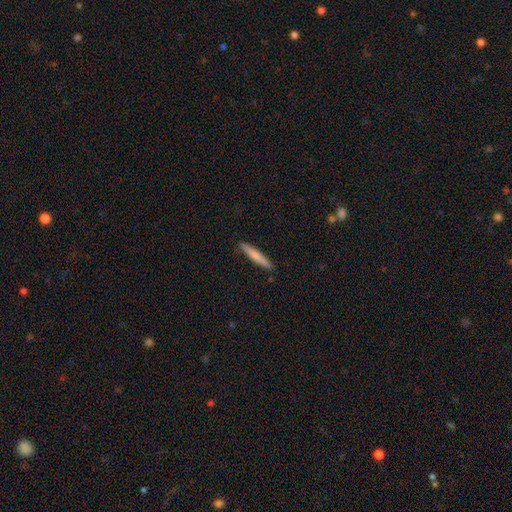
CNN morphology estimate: Smooth or featured? smooth (69%)
How rounded? cigar-shaped (95%)
Merging? none (90%)